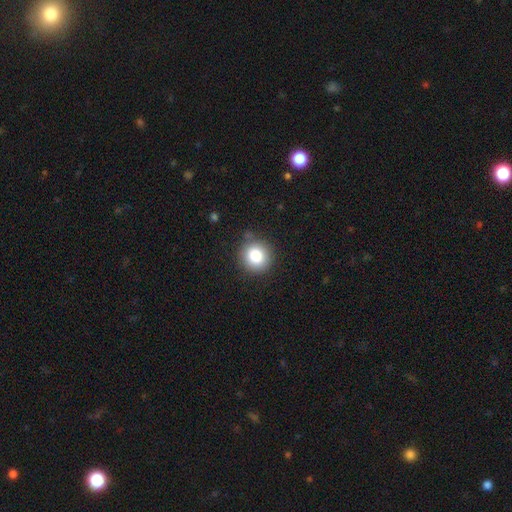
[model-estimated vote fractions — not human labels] Smooth or featured?
  - smooth: 82% *
  - star or artifact: 10%
  - featured or disk: 7%
How rounded?
  - round: 90% *
  - in between: 9%
  - cigar-shaped: 1%
Merging?
  - none: 84% *
  - minor disturbance: 11%
  - major disturbance: 3%
  - merger: 2%